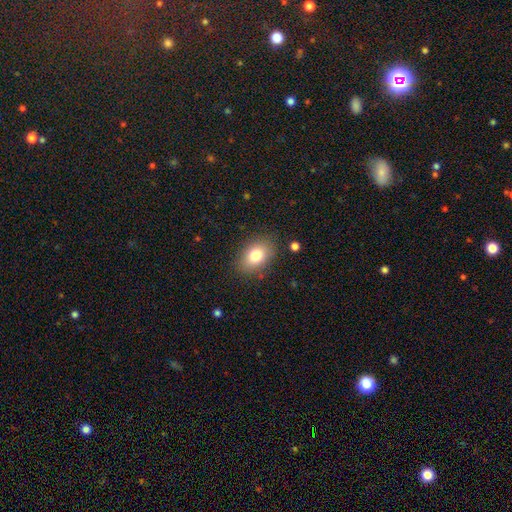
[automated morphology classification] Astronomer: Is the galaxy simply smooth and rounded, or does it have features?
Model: smooth — 80%.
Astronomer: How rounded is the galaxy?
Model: in between — 82%.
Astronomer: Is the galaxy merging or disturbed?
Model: none — 84%.